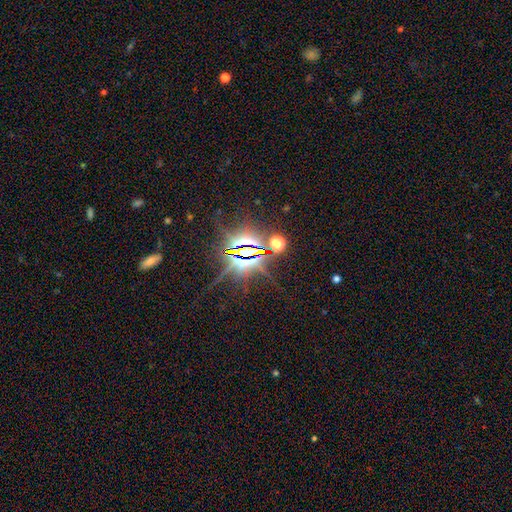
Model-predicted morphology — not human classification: This appears to be a star or artifact, not a galaxy (85%).